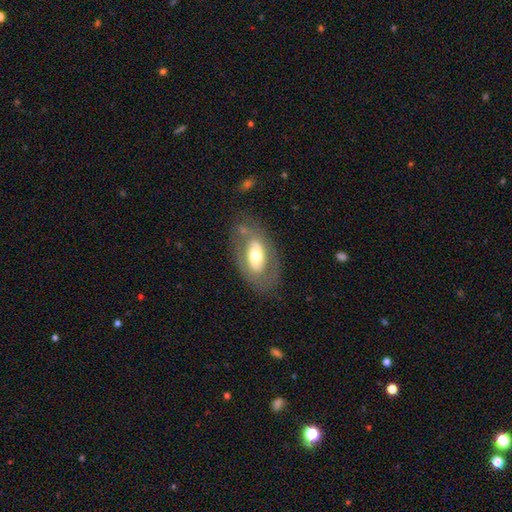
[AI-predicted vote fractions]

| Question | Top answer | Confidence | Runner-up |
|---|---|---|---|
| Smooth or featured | featured or disk | 53% | smooth (40%) |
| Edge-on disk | no | 89% | yes (11%) |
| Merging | none | 70% | minor disturbance (17%) |